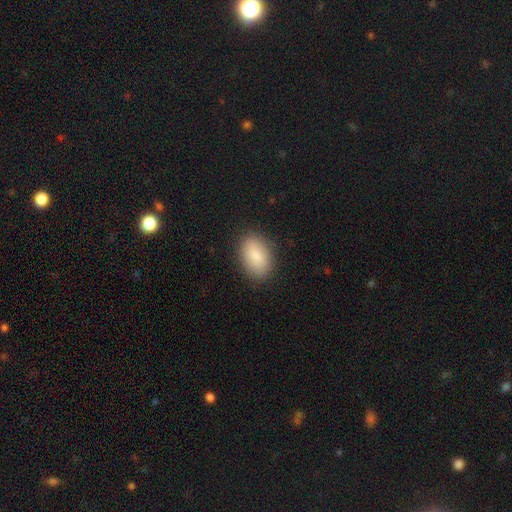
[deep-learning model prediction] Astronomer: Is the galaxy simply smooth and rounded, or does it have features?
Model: smooth — 86%.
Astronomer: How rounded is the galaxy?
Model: in between — 89%.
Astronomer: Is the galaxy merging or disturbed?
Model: none — 87%.